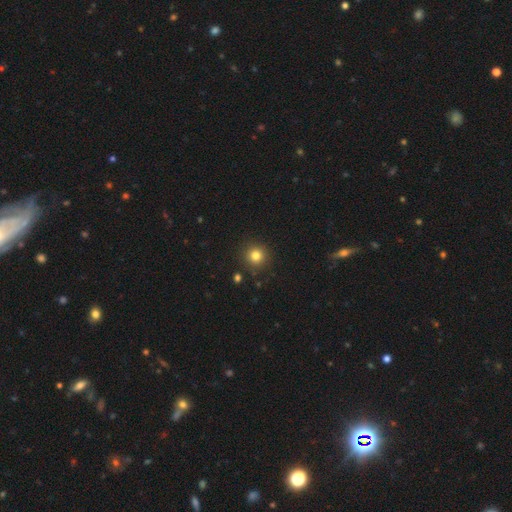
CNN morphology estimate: Q: Smooth or featured?
A: smooth (81%); runner-up: star or artifact (13%)
Q: How rounded?
A: round (94%); runner-up: in between (5%)
Q: Merging?
A: none (89%); runner-up: minor disturbance (6%)